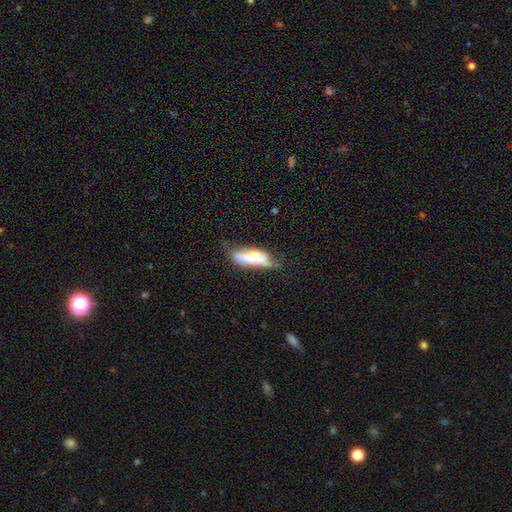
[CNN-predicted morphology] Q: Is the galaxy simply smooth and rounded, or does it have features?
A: featured or disk — 47%.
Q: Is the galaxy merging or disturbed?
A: merger — 29%.